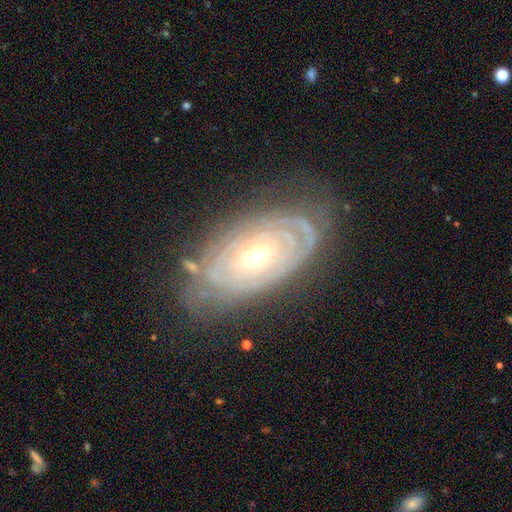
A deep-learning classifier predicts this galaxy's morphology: smooth-or-featured: featured or disk: 82% | smooth: 12% | star or artifact: 6%
  disk-edge-on: no: 92% | yes: 8%
    bar: no: 78% | weak: 16% | strong: 6%
    has-spiral-arms: yes: 86% | no: 14%
      spiral-winding: tight: 83% | medium: 13% | loose: 4%
      spiral-arm-count: can't tell: 52% | 2: 17% | 3: 12% | 4: 8% | more than 4: 7% | 1: 5%
    bulge-size: moderate: 51% | small: 45% | large: 2% | dominant: 1% | none: 1%
  merging: none: 73% | minor disturbance: 18% | major disturbance: 7% | merger: 2%